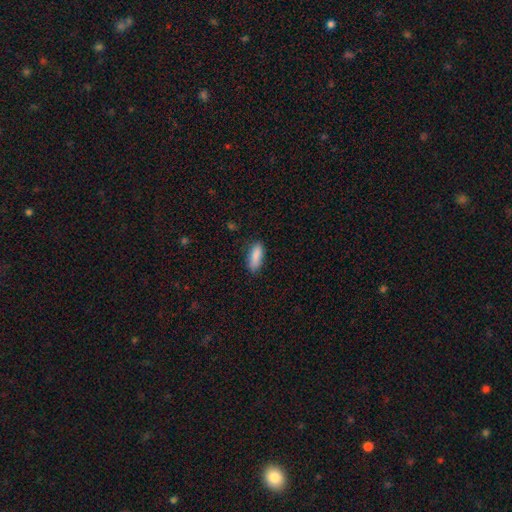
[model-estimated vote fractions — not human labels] This appears to be a smooth galaxy with no disk features (88%) that is in between round and cigar-shaped (71%). Merging: none (79%).